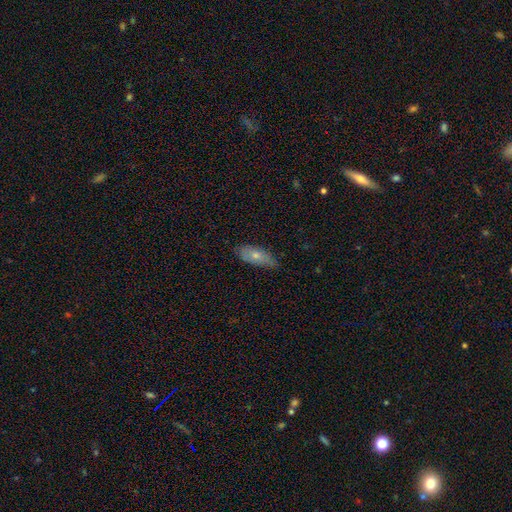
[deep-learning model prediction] This is likely a smooth galaxy (71%). How rounded: clearly in between (82%). Merging: likely none (67%).